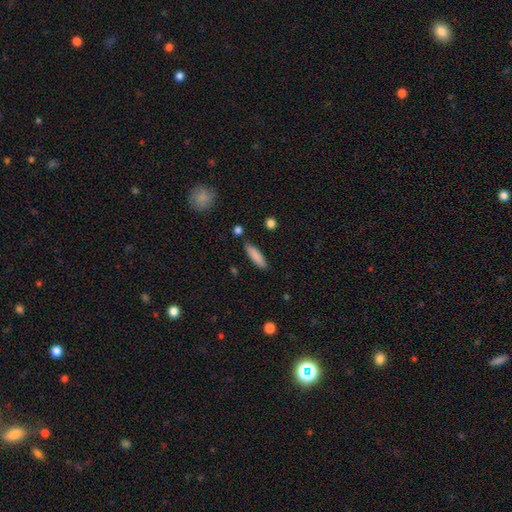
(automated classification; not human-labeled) Q: Smooth or featured?
A: smooth (85%); runner-up: featured or disk (8%)
Q: How rounded?
A: cigar-shaped (68%); runner-up: in between (31%)
Q: Merging?
A: none (86%); runner-up: minor disturbance (9%)